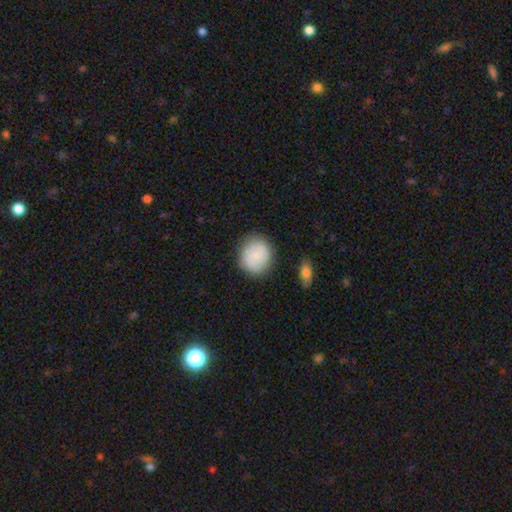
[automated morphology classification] Q: Smooth or featured?
A: smooth (84%); runner-up: featured or disk (9%)
Q: How rounded?
A: round (81%); runner-up: in between (18%)
Q: Merging?
A: none (82%); runner-up: minor disturbance (12%)